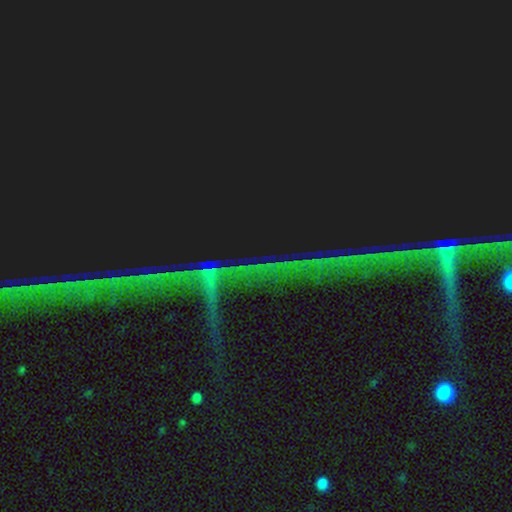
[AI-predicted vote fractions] Q: Smooth or featured?
A: star or artifact (82%); runner-up: featured or disk (10%)